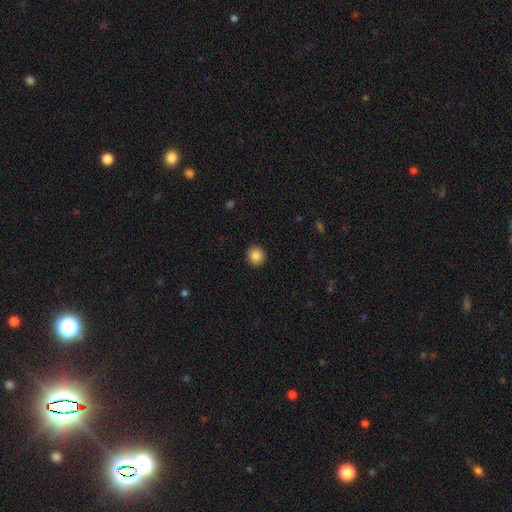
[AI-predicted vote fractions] A smooth galaxy with no disk features (86%) that is round (92%).

Vote fractions:
- Smooth or featured? smooth: 86% / star or artifact: 9% / featured or disk: 5%
- How rounded? round: 92% / in between: 7% / cigar-shaped: 1%
- Merging? none: 92% / minor disturbance: 5% / major disturbance: 2% / merger: 1%